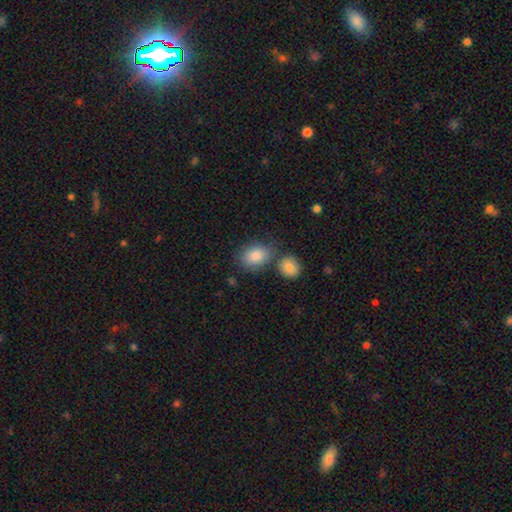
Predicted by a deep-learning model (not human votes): Overall: smooth (85%). How rounded: in between (74%). Merging: none (62%).